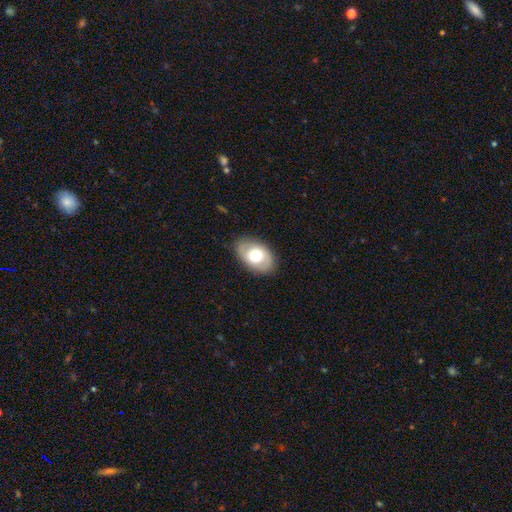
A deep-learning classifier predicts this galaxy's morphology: A smooth galaxy with no disk features (63%) that is in between round and cigar-shaped (89%).

Vote fractions:
- Smooth or featured? smooth: 63% / featured or disk: 31% / star or artifact: 6%
- How rounded? in between: 89% / round: 9% / cigar-shaped: 1%
- Merging? none: 84% / minor disturbance: 12% / major disturbance: 3% / merger: 1%